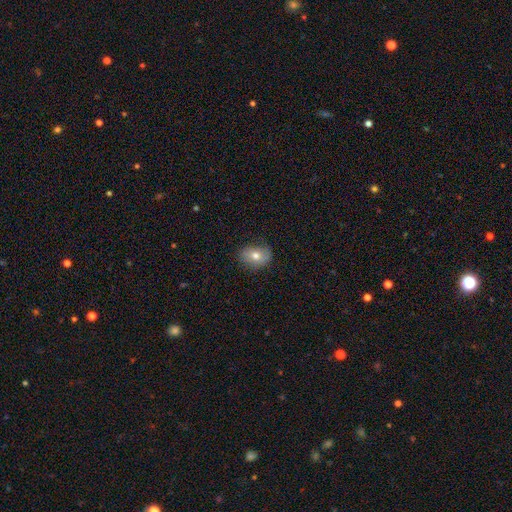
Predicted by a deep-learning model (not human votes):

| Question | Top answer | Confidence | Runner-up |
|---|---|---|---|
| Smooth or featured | smooth | 71% | featured or disk (20%) |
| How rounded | in between | 65% | round (34%) |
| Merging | none | 76% | minor disturbance (18%) |